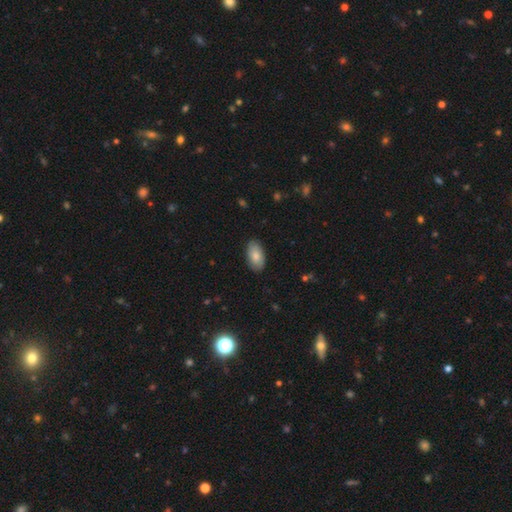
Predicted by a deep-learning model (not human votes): Smooth or featured? Predicted: smooth (p=0.81). How rounded? Predicted: in between (p=0.95). Merging? Predicted: none (p=0.86).